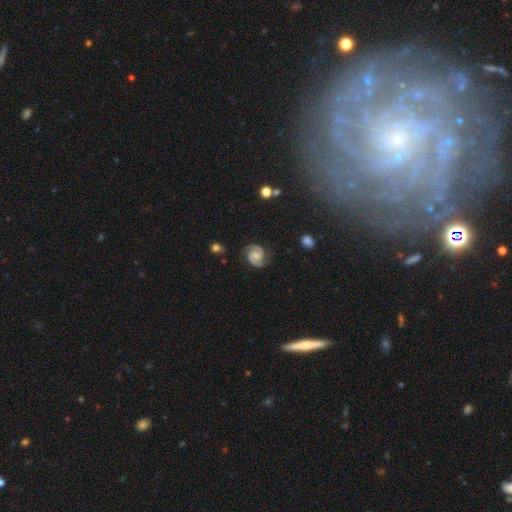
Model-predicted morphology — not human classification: A featured or disk galaxy (87%) with no bar (47%), 2 (93%) medium (52%) spiral arms (98%) and a small central bulge (45%).

Vote fractions:
- Smooth or featured? featured or disk: 87% / smooth: 7% / star or artifact: 5%
- Edge-on disk? no: 98% / yes: 2%
- Bar? no: 47% / weak: 43% / strong: 10%
- Spiral arms? yes: 98% / no: 2%
- Spiral winding? medium: 52% / tight: 35% / loose: 12%
- Spiral arm count? 2: 93% / can't tell: 3% / 3: 1% / 1: 1% / 4: 1% / more than 4: 1%
- Bulge size? small: 45% / moderate: 43% / none: 8% / large: 3% / dominant: 1%
- Merging? none: 80% / minor disturbance: 14% / major disturbance: 4% / merger: 2%